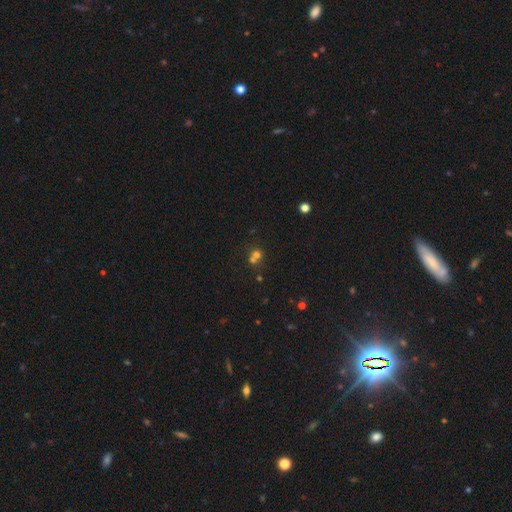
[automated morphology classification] This is likely a smooth galaxy (61%). How rounded: clearly round (84%). Merging: possibly merger (52%).